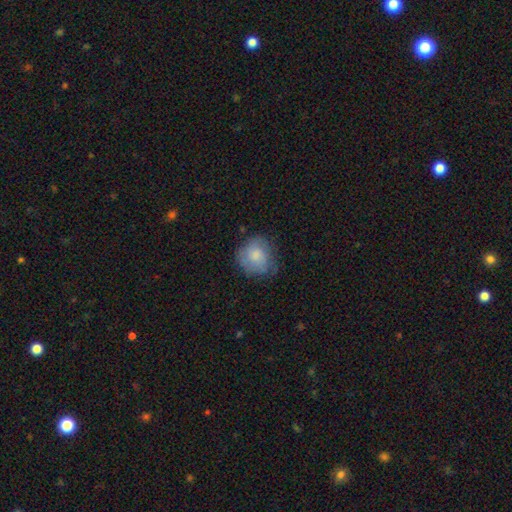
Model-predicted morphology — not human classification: This appears to be a smooth galaxy with no disk features (71%) that is round (78%). Merging: none (59%).